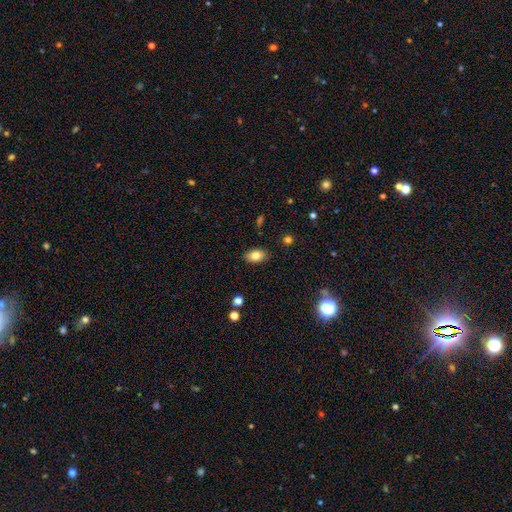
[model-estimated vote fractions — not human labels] Smooth or featured: smooth — 81% (featured or disk — 11%)
How rounded: in between — 89% (round — 9%)
Merging: none — 87% (minor disturbance — 10%)